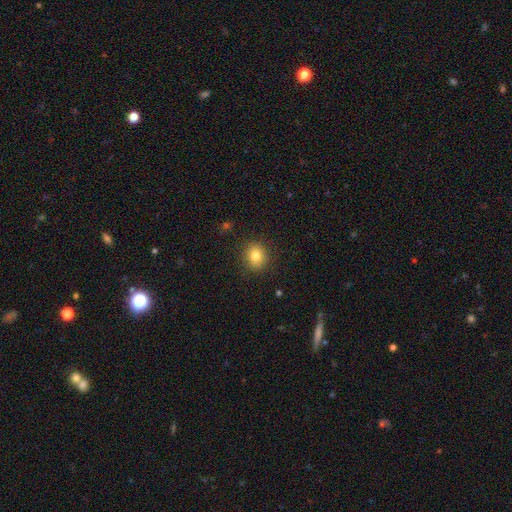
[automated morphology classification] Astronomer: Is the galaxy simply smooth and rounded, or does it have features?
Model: smooth — 81%.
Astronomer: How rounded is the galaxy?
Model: round — 78%.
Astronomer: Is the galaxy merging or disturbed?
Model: none — 90%.